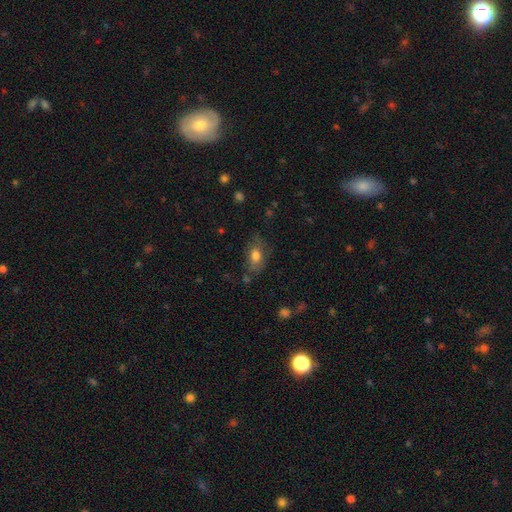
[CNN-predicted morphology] Q: Smooth or featured?
A: smooth (74%); runner-up: featured or disk (18%)
Q: How rounded?
A: in between (84%); runner-up: round (13%)
Q: Merging?
A: none (64%); runner-up: minor disturbance (24%)